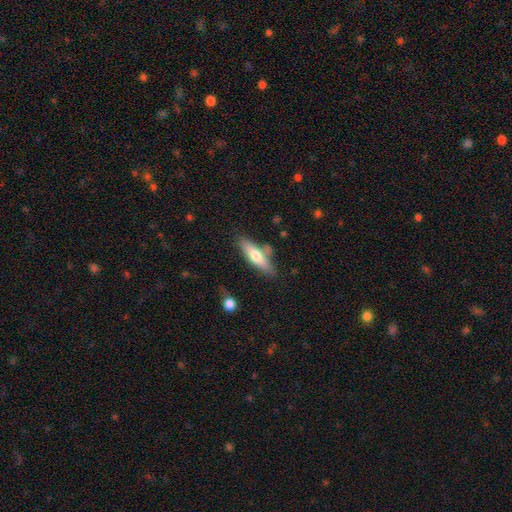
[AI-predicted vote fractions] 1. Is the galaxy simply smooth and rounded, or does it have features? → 58% smooth, 36% featured or disk, 6% star or artifact.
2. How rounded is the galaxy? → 63% cigar-shaped, 35% in between, 2% round.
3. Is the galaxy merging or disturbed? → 67% none, 18% minor disturbance, 11% merger, 5% major disturbance.